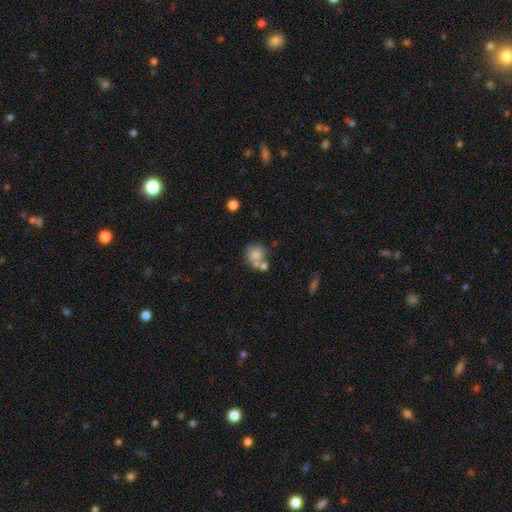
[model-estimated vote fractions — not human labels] This is likely a smooth galaxy (77%). How rounded: clearly round (84%). Merging: possibly none (51%).